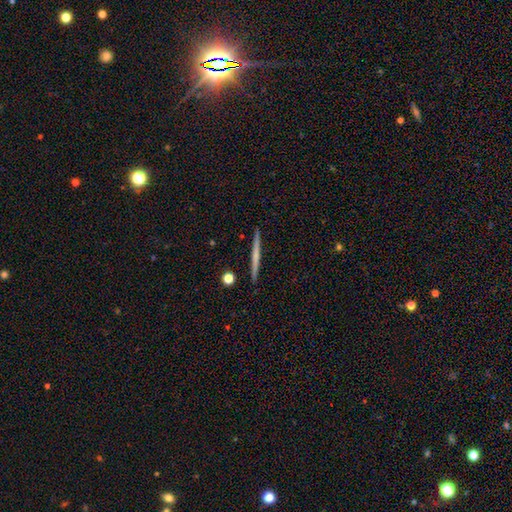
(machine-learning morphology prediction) This is possibly a featured or disk galaxy (49%). Merging: clearly none (92%).